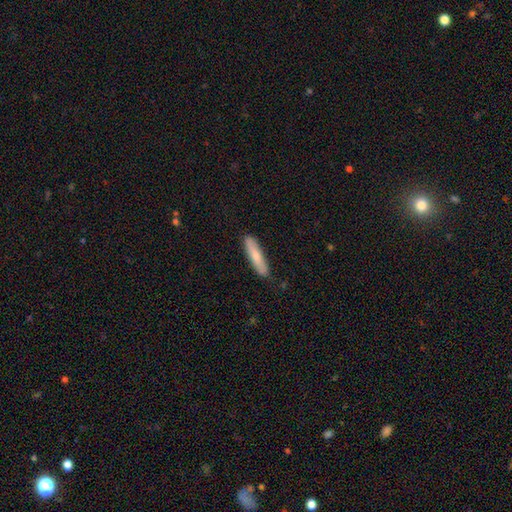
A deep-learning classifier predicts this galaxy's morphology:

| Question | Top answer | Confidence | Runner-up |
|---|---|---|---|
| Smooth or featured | smooth | 74% | featured or disk (21%) |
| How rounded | cigar-shaped | 83% | in between (16%) |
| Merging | none | 86% | minor disturbance (11%) |